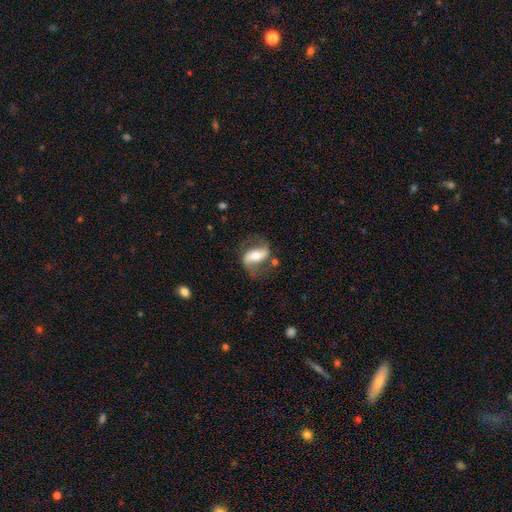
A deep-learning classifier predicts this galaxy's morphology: Smooth or featured?
  - featured or disk: 71% *
  - smooth: 23%
  - star or artifact: 6%
Edge-on disk?
  - no: 91% *
  - yes: 9%
Bar?
  - strong: 48% *
  - no: 27%
  - weak: 25%
Spiral arms?
  - yes: 84% *
  - no: 16%
Spiral winding?
  - loose: 52% *
  - medium: 35%
  - tight: 14%
Spiral arm count?
  - 2: 87% *
  - can't tell: 6%
  - 1: 5%
  - 3: 1%
  - 4: 1%
  - more than 4: 1%
Bulge size?
  - moderate: 64% *
  - small: 24%
  - large: 9%
  - dominant: 2%
  - none: 1%
Merging?
  - none: 64% *
  - minor disturbance: 19%
  - major disturbance: 13%
  - merger: 4%